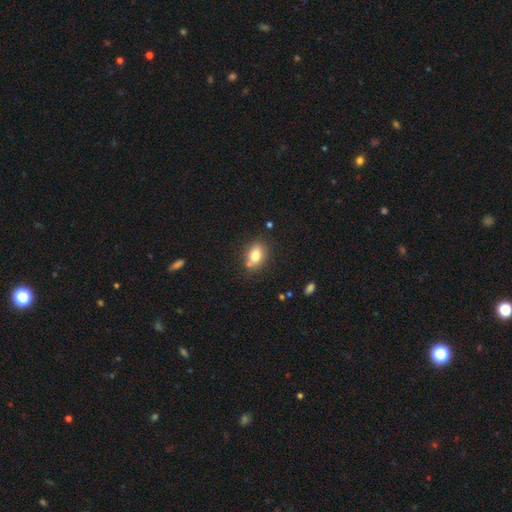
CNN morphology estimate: A smooth galaxy with no disk features (77%) that is in between round and cigar-shaped (76%). Merging: none (73%).